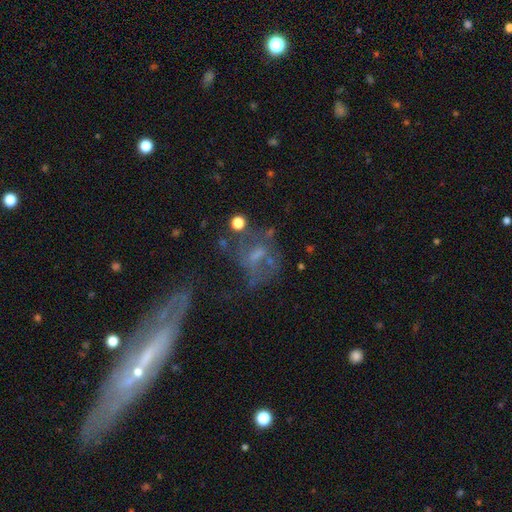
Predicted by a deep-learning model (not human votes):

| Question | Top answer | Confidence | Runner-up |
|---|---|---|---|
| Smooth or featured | featured or disk | 57% | smooth (25%) |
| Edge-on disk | no | 96% | yes (4%) |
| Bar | no | 53% | weak (36%) |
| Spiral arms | no | 52% | yes (48%) |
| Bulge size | none | 37% | small (31%) |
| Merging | none | 36% | major disturbance (33%) |